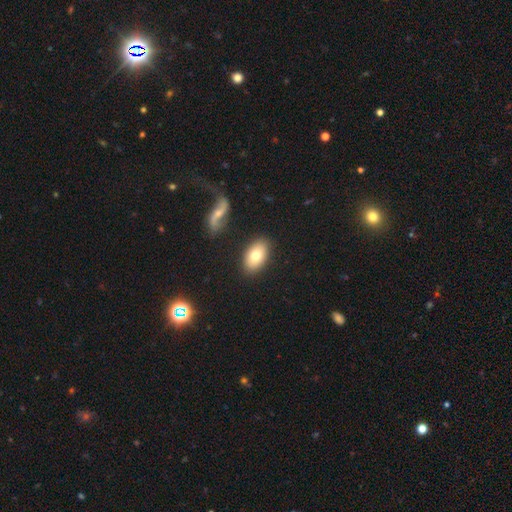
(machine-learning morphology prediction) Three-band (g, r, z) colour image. It shows a smooth galaxy with no disk features (73%) that is in between round and cigar-shaped (90%). Merging: none (85%).